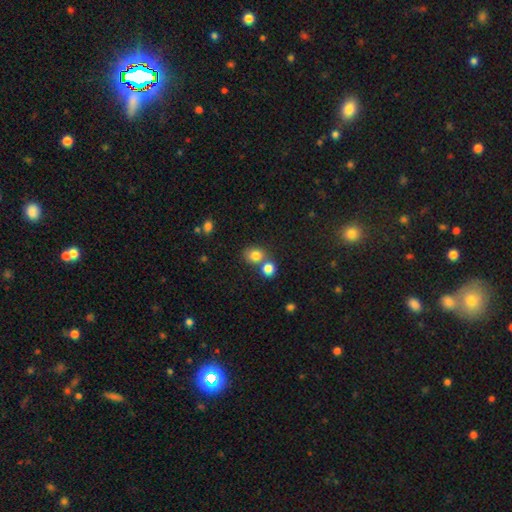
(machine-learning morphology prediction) smooth-or-featured: smooth: 81% | star or artifact: 12% | featured or disk: 7%
  how-rounded: round: 68% | in between: 31% | cigar-shaped: 1%
  merging: none: 54% | merger: 33% | minor disturbance: 9% | major disturbance: 3%